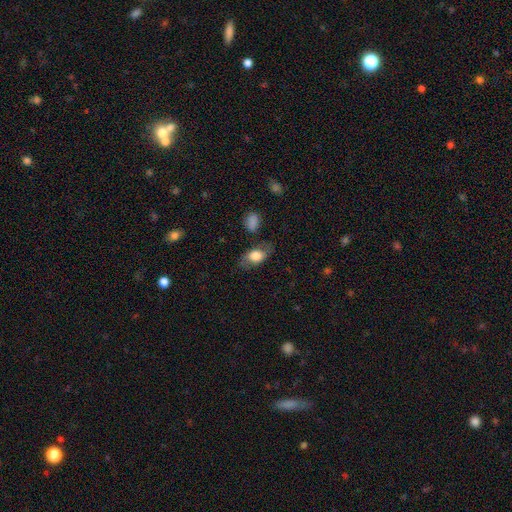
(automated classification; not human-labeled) smooth-or-featured: smooth: 68% | featured or disk: 25% | star or artifact: 7%
  how-rounded: in between: 85% | round: 12% | cigar-shaped: 4%
  merging: none: 70% | minor disturbance: 19% | major disturbance: 7% | merger: 3%